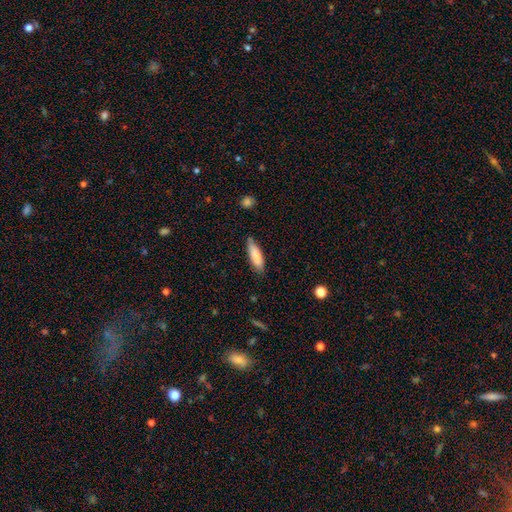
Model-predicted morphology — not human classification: Smooth or featured?
  - smooth: 85% *
  - featured or disk: 9%
  - star or artifact: 6%
How rounded?
  - cigar-shaped: 56% *
  - in between: 43%
  - round: 1%
Merging?
  - none: 78% *
  - minor disturbance: 17%
  - major disturbance: 3%
  - merger: 2%